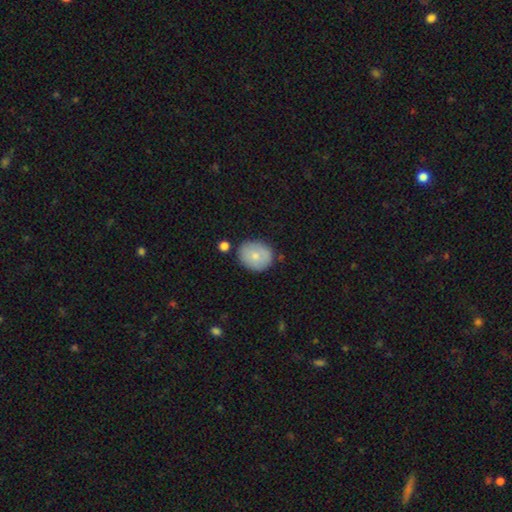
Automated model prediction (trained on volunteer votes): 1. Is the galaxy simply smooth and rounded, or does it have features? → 76% smooth, 17% featured or disk, 7% star or artifact.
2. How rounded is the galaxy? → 68% round, 31% in between, 1% cigar-shaped.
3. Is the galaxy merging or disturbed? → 77% none, 14% minor disturbance, 5% merger, 3% major disturbance.